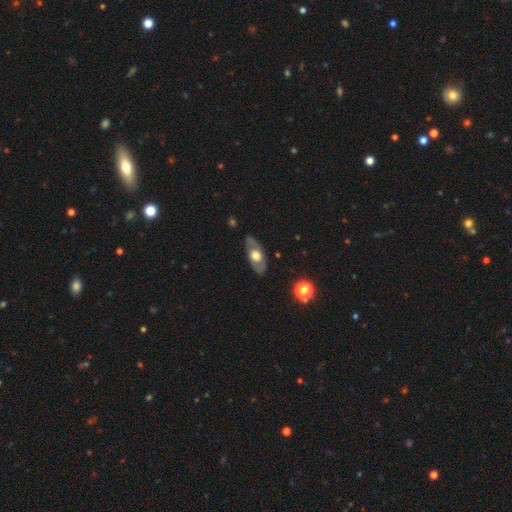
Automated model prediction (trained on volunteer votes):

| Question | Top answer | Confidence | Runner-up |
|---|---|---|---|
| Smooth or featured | featured or disk | 56% | smooth (38%) |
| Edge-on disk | no | 76% | yes (24%) |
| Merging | none | 78% | minor disturbance (16%) |